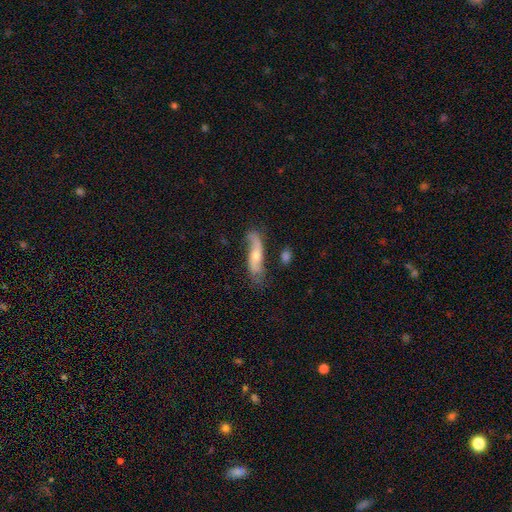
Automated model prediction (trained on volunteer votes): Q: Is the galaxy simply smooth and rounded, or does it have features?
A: featured or disk — 63%.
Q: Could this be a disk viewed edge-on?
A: no — 73%.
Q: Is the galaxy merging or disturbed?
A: none — 56%.